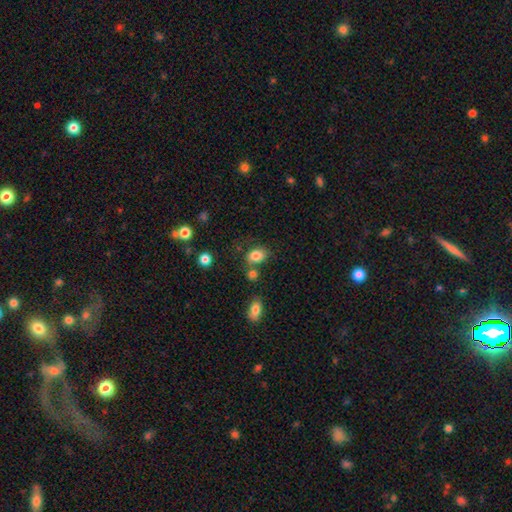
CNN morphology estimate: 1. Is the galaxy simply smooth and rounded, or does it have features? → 83% smooth, 10% star or artifact, 7% featured or disk.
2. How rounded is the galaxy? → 74% in between, 25% round, 1% cigar-shaped.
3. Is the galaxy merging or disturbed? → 65% none, 16% minor disturbance, 14% merger, 5% major disturbance.